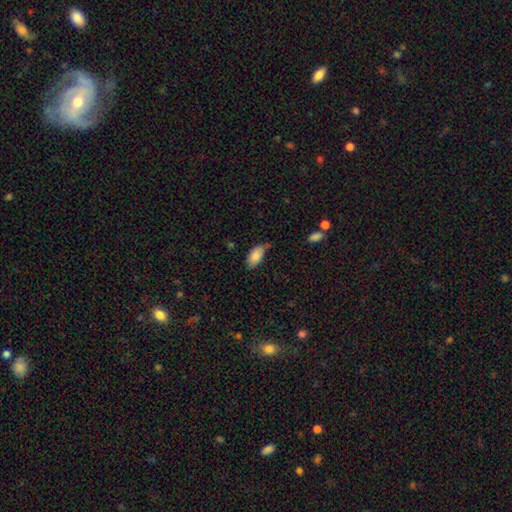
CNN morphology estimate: The model was most divided on "merging": none: 58%, minor disturbance: 31%, major disturbance: 6%, merger: 4%. More confident: how rounded — in between (94%); smooth or featured — smooth (85%).